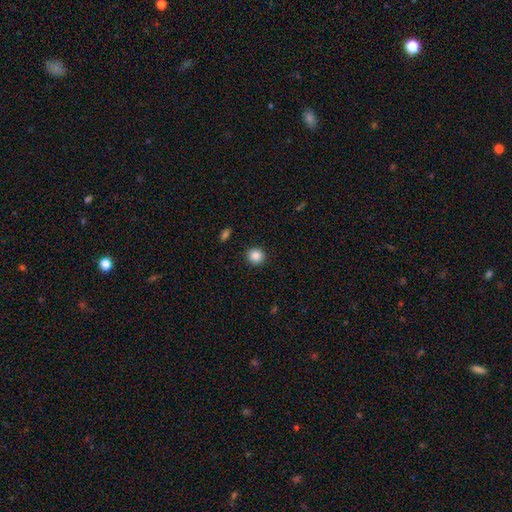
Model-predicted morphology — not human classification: A smooth galaxy with no disk features (86%) that is round (91%). Merging: none (92%).